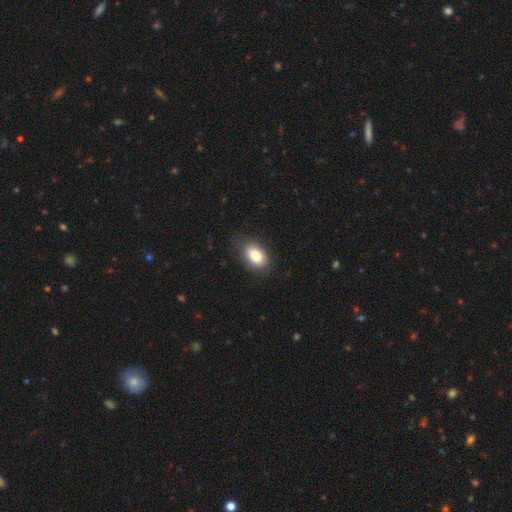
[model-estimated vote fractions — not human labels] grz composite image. It shows a smooth galaxy with no disk features (82%) that is in between round and cigar-shaped (88%). Merging: none (80%).